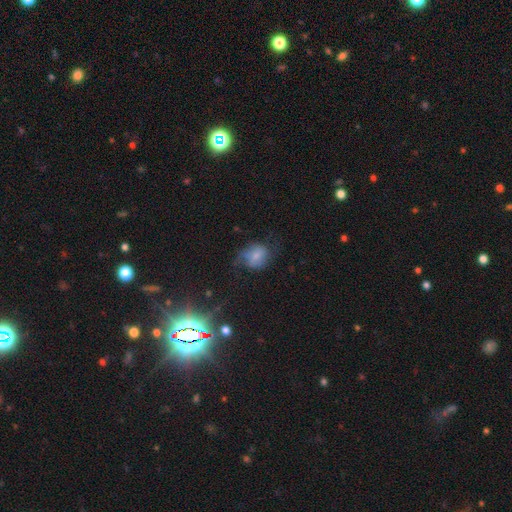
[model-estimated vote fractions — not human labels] Smooth or featured?
  - smooth: 62% *
  - featured or disk: 27%
  - star or artifact: 11%
How rounded?
  - in between: 53% *
  - round: 46%
  - cigar-shaped: 1%
Merging?
  - none: 42% *
  - minor disturbance: 28%
  - major disturbance: 27%
  - merger: 3%